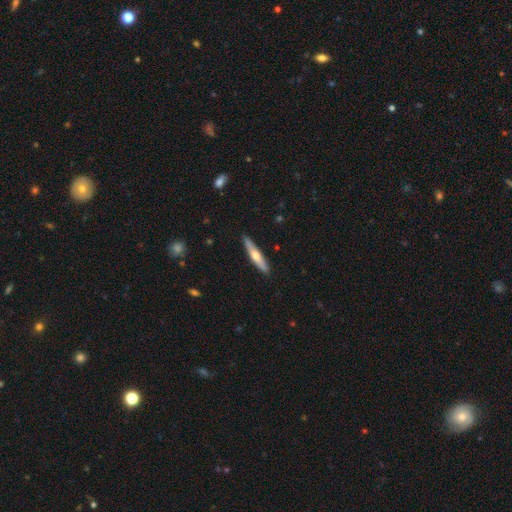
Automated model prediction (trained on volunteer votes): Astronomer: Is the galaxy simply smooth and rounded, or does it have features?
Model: featured or disk — 48% (runner-up: smooth, 47%).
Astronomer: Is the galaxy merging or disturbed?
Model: none — 89%.